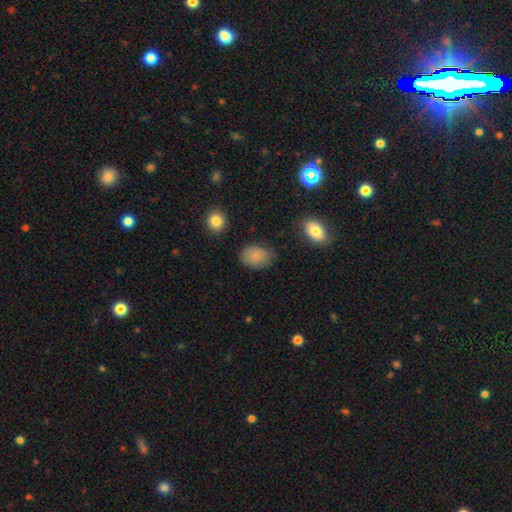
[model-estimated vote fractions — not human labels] The model was most divided on "how rounded": in between: 74%, round: 25%, cigar-shaped: 1%. More confident: smooth or featured — smooth (86%); merging — none (76%).